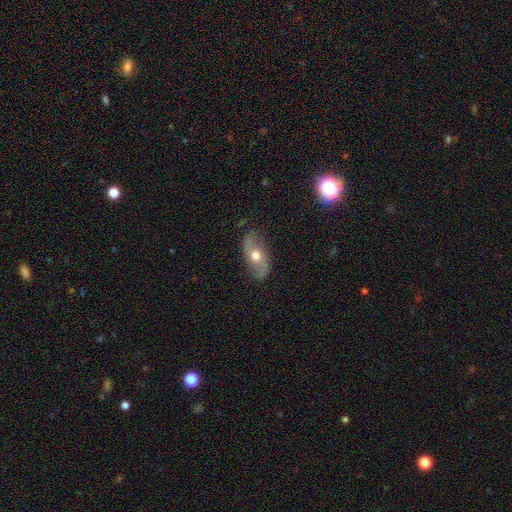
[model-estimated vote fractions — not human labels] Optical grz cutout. It shows a featured or disk galaxy (65%) with no bar (72%), spiral arms (82%) and a moderate central bulge (76%). Merging: none (80%).